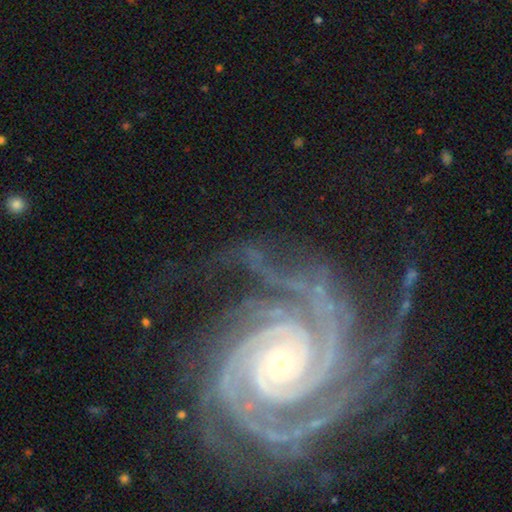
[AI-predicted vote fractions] Smooth or featured?
  - featured or disk: 91% *
  - star or artifact: 6%
  - smooth: 3%
Edge-on disk?
  - no: 98% *
  - yes: 2%
Bar?
  - no: 67% *
  - weak: 18%
  - strong: 15%
Spiral arms?
  - yes: 98% *
  - no: 2%
Spiral winding?
  - tight: 78% *
  - medium: 19%
  - loose: 3%
Spiral arm count?
  - 3: 24% *
  - 4: 21%
  - 2: 21%
  - more than 4: 13%
  - can't tell: 13%
  - 1: 9%
Bulge size?
  - small: 78% *
  - moderate: 18%
  - large: 2%
  - none: 1%
  - dominant: 1%
Merging?
  - none: 62% *
  - minor disturbance: 18%
  - major disturbance: 16%
  - merger: 4%